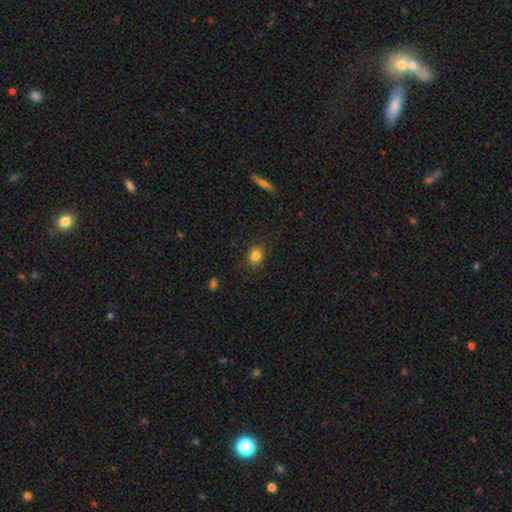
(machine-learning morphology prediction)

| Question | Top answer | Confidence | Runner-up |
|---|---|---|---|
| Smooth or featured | smooth | 83% | star or artifact (11%) |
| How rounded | round | 67% | in between (31%) |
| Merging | none | 85% | minor disturbance (11%) |